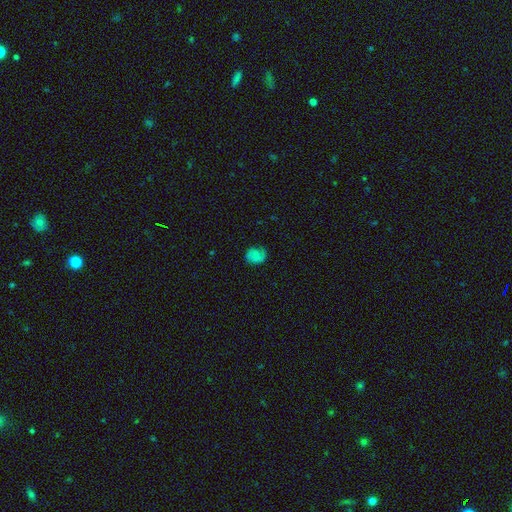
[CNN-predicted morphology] A smooth galaxy with no disk features (59%) that is round (62%). Merging: none (72%).